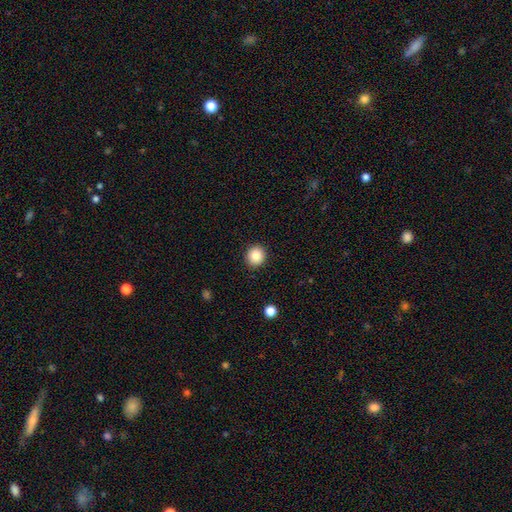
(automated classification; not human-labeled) Smooth or featured? smooth (85%)
How rounded? round (90%)
Merging? none (91%)